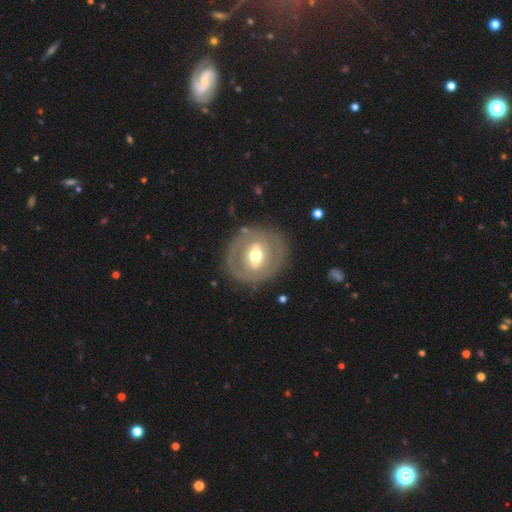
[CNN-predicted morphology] Smooth or featured?
  - featured or disk: 60% *
  - smooth: 34%
  - star or artifact: 6%
Edge-on disk?
  - no: 93% *
  - yes: 7%
Bar?
  - weak: 36% *
  - strong: 33%
  - no: 31%
Spiral arms?
  - no: 80% *
  - yes: 20%
Bulge size?
  - moderate: 71% *
  - large: 15%
  - small: 12%
  - dominant: 1%
  - none: 1%
Merging?
  - none: 81% *
  - minor disturbance: 11%
  - major disturbance: 6%
  - merger: 2%